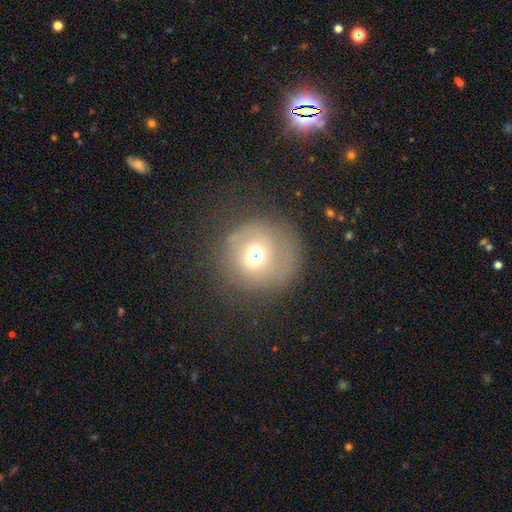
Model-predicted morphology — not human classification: smooth_or_featured: smooth (p=0.61) [alt: featured or disk p=0.22]
how_rounded: round (p=0.92) [alt: in between p=0.07]
merging: none (p=0.63) [alt: minor disturbance p=0.16]